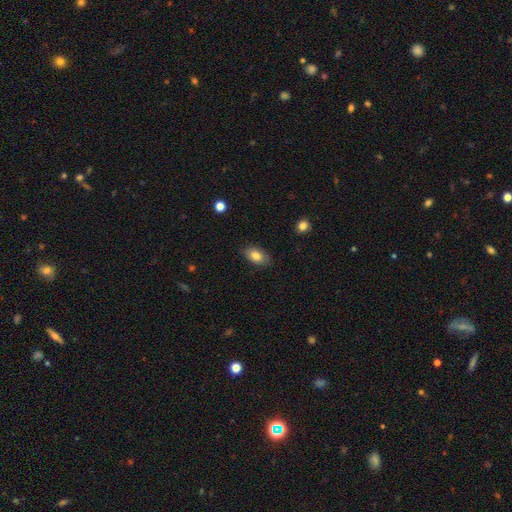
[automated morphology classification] Overall: smooth (83%). How rounded: in between (91%). Merging: none (84%).